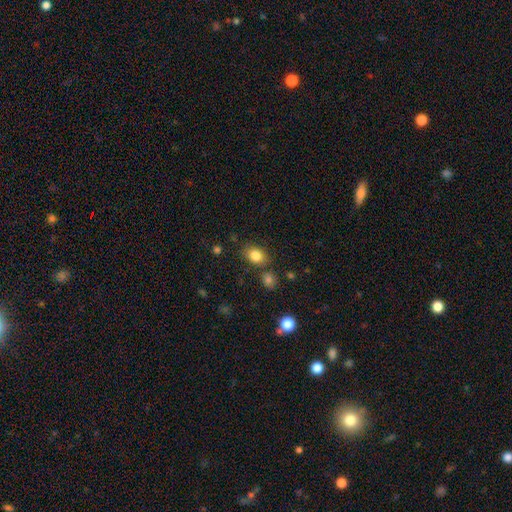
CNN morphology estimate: The model was most divided on "how rounded": in between: 66%, round: 33%, cigar-shaped: 1%. More confident: smooth or featured — smooth (84%); merging — none (77%).